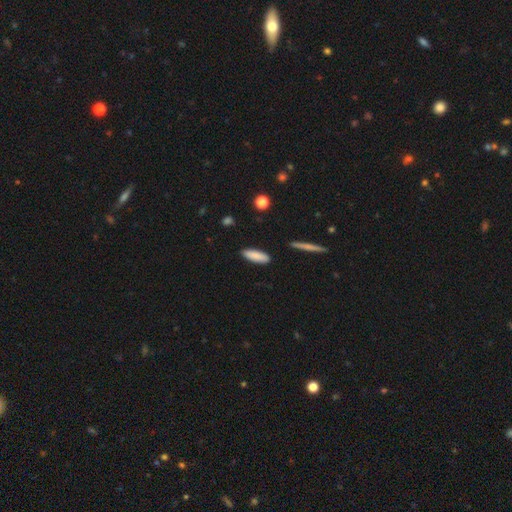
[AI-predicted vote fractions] Smooth or featured?
  - smooth: 86% *
  - featured or disk: 7%
  - star or artifact: 6%
How rounded?
  - in between: 54% *
  - cigar-shaped: 44%
  - round: 2%
Merging?
  - none: 89% *
  - minor disturbance: 8%
  - major disturbance: 2%
  - merger: 2%